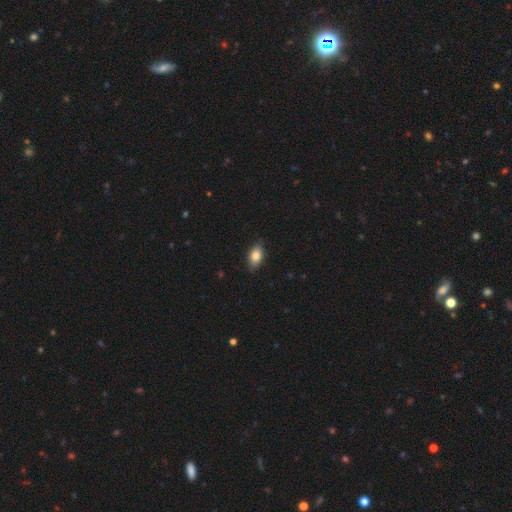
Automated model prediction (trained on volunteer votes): smooth-or-featured: smooth: 81% | featured or disk: 11% | star or artifact: 8%
  how-rounded: in between: 89% | round: 7% | cigar-shaped: 4%
  merging: none: 85% | minor disturbance: 12% | major disturbance: 2% | merger: 1%